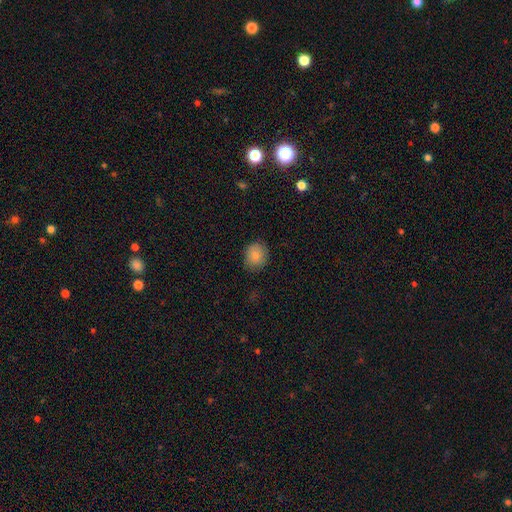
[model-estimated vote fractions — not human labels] This appears to be a smooth galaxy with no disk features (84%) that is round (73%). Merging: none (84%).